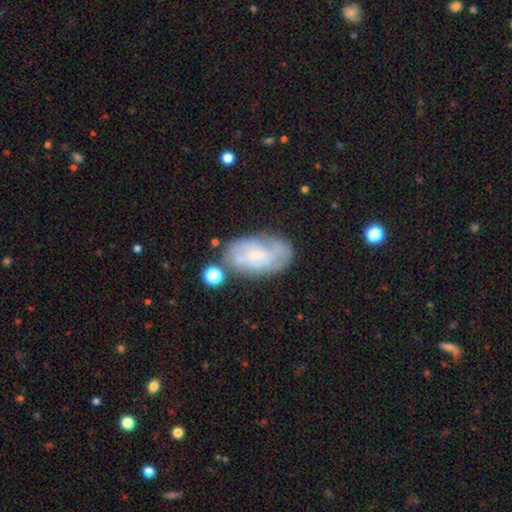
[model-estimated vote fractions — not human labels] This appears to be a featured or disk galaxy (58%) with no bar (56%), spiral arms (74%) and a small central bulge (54%). Merging: none (60%).